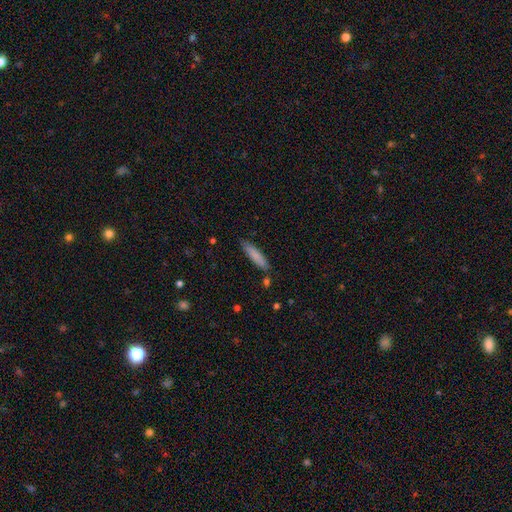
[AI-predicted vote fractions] Q: Smooth or featured?
A: smooth (82%); runner-up: featured or disk (12%)
Q: How rounded?
A: cigar-shaped (83%); runner-up: in between (15%)
Q: Merging?
A: none (84%); runner-up: minor disturbance (12%)